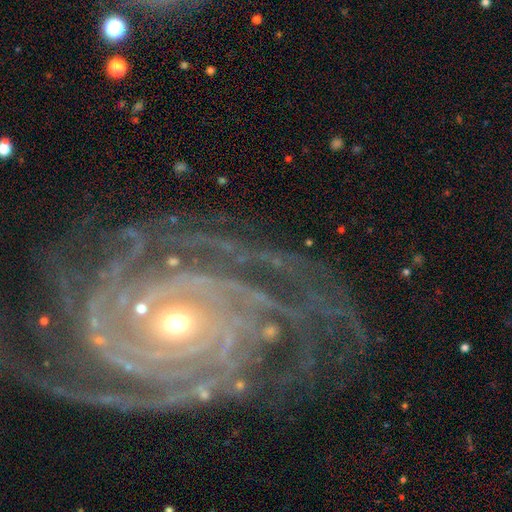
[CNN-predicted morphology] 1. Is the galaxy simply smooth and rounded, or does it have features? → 92% featured or disk, 5% star or artifact, 3% smooth.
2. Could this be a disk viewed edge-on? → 97% no, 3% yes.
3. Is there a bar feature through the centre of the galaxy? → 65% no, 21% weak, 14% strong.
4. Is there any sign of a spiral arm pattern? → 98% yes, 2% no.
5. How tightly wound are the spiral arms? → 80% tight, 16% medium, 3% loose.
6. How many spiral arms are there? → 24% more than 4, 19% 4, 18% can't tell, 16% 3, 13% 2, 9% 1.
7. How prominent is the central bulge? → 49% small, 47% moderate, 2% large, 1% none, 1% dominant.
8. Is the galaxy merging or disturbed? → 70% none, 17% minor disturbance, 11% major disturbance, 2% merger.